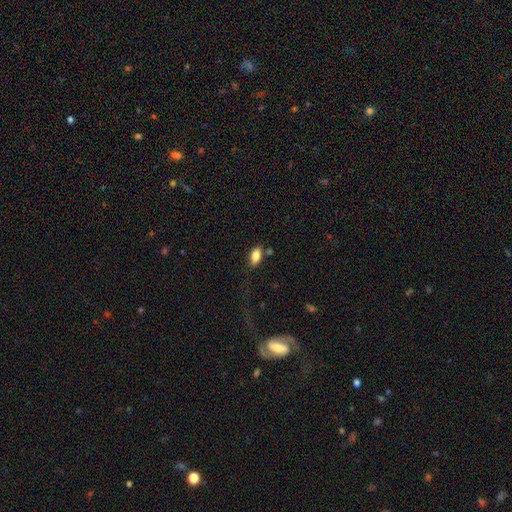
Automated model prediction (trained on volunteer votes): This appears to be a smooth galaxy with no disk features (83%) that is in between round and cigar-shaped (90%). Merging: none (71%).